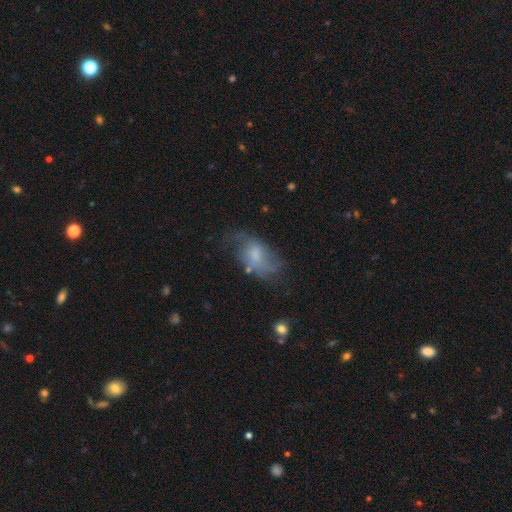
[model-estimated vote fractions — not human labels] A featured or disk galaxy (47%). Merging: none (44%).